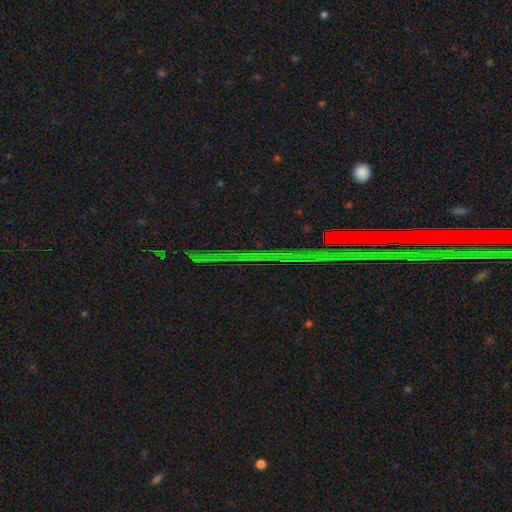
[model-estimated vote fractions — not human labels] Morphology: type=star or artifact (84%).